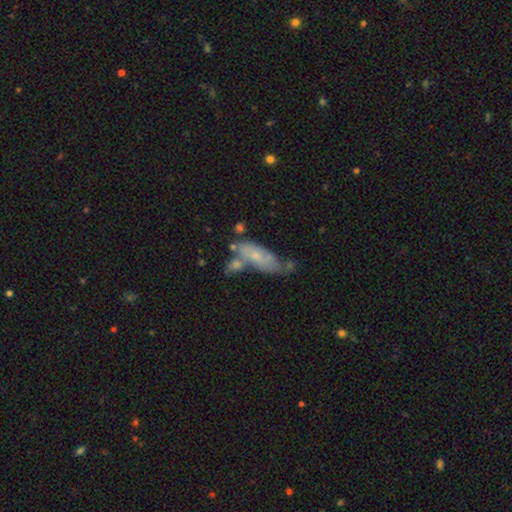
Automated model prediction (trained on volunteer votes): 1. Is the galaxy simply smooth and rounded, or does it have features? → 57% smooth, 36% featured or disk, 8% star or artifact.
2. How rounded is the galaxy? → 67% in between, 30% cigar-shaped, 3% round.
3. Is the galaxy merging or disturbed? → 35% none, 27% merger, 25% minor disturbance, 13% major disturbance.